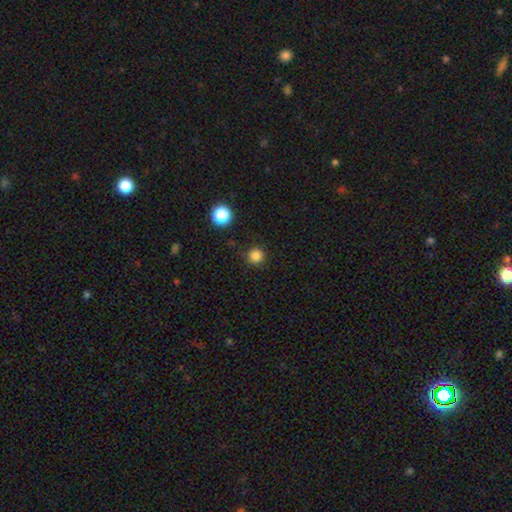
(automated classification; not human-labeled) This appears to be a smooth galaxy with no disk features (83%) that is round (96%). Merging: none (89%).